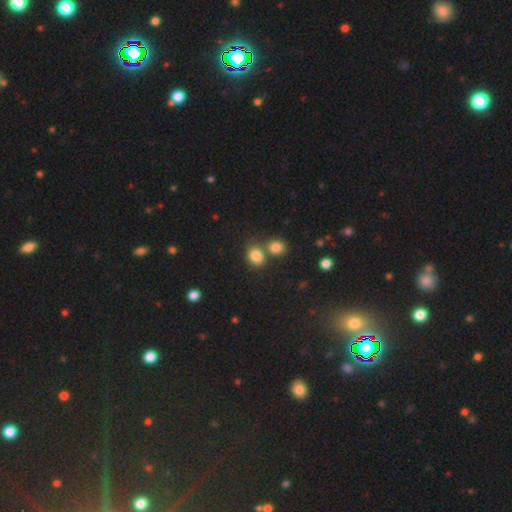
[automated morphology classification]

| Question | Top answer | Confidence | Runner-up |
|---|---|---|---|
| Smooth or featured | smooth | 83% | star or artifact (11%) |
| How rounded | in between | 52% | round (47%) |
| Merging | none | 51% | merger (35%) |